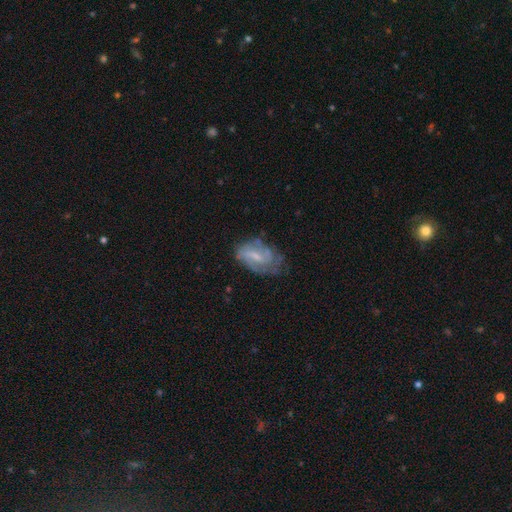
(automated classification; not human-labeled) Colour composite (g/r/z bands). It shows a featured or disk galaxy (70%) with a weak bar (54%), 2 (49%) medium (43%) spiral arms (85%) and a small central bulge (50%). Merging: none (55%).